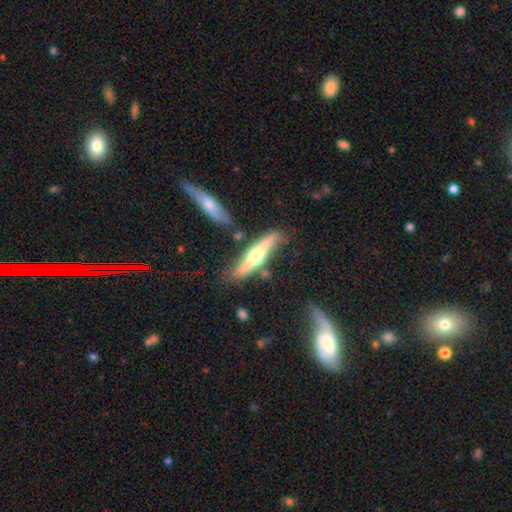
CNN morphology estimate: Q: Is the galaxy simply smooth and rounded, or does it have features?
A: featured or disk — 63%.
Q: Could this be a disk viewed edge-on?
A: yes — 93%.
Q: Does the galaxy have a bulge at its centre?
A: rounded — 92%.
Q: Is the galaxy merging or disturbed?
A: none — 76%.